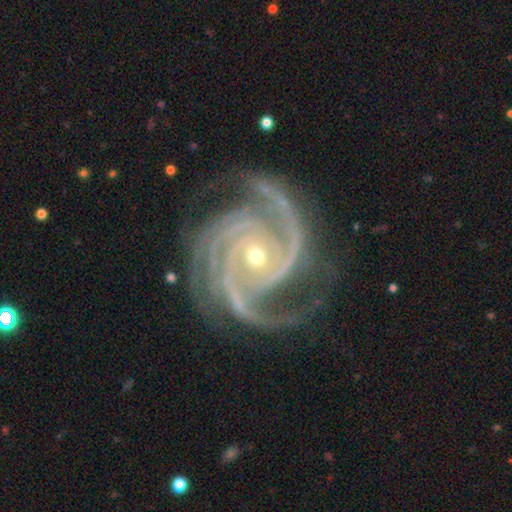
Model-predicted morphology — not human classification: Smooth or featured? featured or disk (94%)
Edge-on disk? no (98%)
Bar? no (62%)
Spiral arms? yes (99%)
Spiral winding? tight (67%)
Spiral arm count? 3 (45%)
Bulge size? small (61%)
Merging? none (76%)